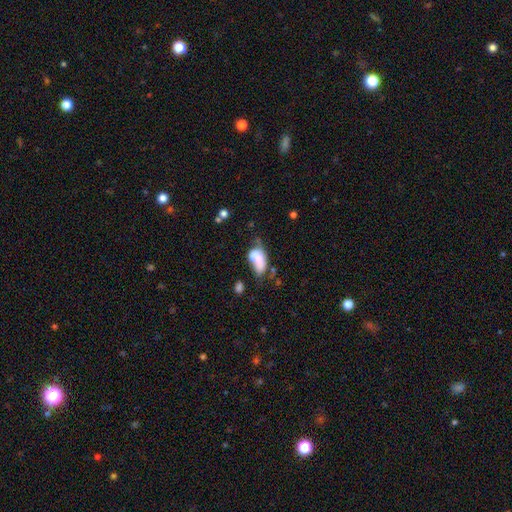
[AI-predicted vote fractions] smooth_or_featured: smooth (p=0.63) [alt: featured or disk p=0.27]
how_rounded: in between (p=0.87) [alt: round p=0.09]
merging: merger (p=0.34) [alt: major disturbance p=0.27]